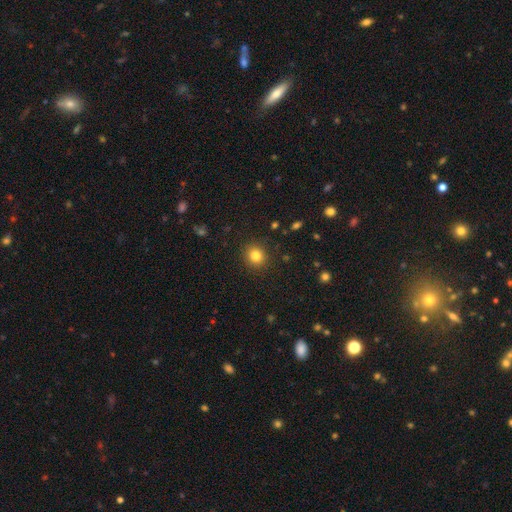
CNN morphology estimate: Smooth or featured?
  - smooth: 82% *
  - star or artifact: 12%
  - featured or disk: 6%
How rounded?
  - round: 86% *
  - in between: 13%
  - cigar-shaped: 1%
Merging?
  - none: 90% *
  - minor disturbance: 7%
  - major disturbance: 2%
  - merger: 1%